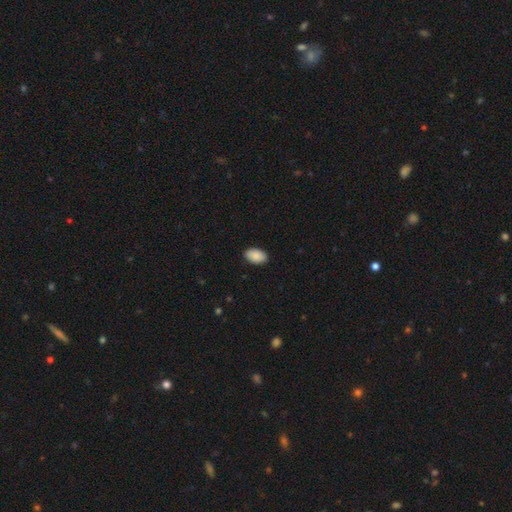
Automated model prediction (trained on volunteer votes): Smooth or featured? smooth (90%)
How rounded? in between (92%)
Merging? none (89%)